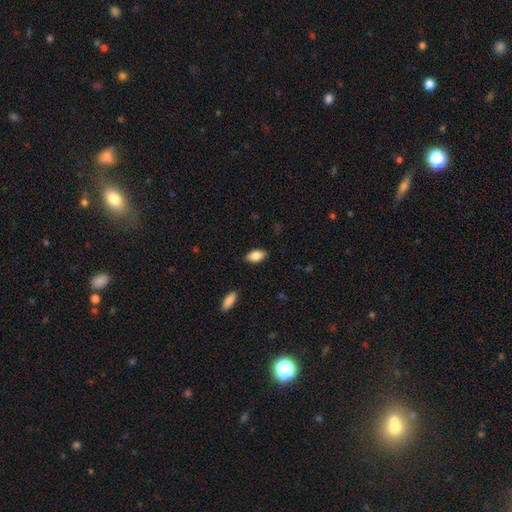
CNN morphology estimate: This appears to be a smooth galaxy with no disk features (81%) that is in between round and cigar-shaped (90%). Merging: none (86%).